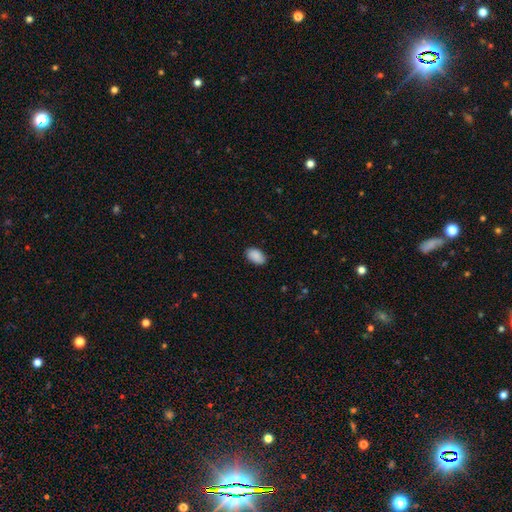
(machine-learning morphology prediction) smooth_or_featured: smooth (p=0.90) [alt: star or artifact p=0.07]
how_rounded: in between (p=0.92) [alt: round p=0.07]
merging: none (p=0.85) [alt: minor disturbance p=0.11]